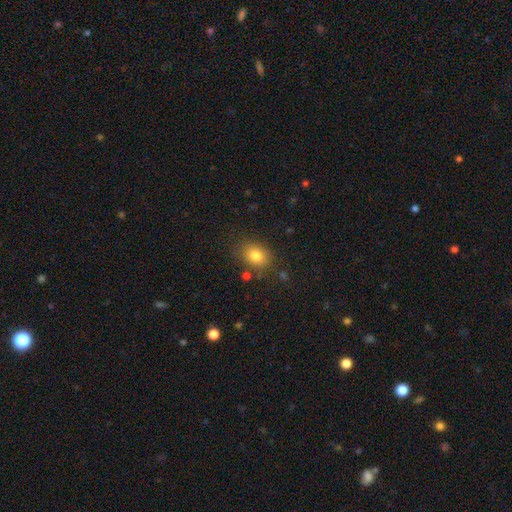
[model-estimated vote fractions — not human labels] This appears to be a smooth galaxy with no disk features (80%) that is in between round and cigar-shaped (55%). Merging: none (80%).